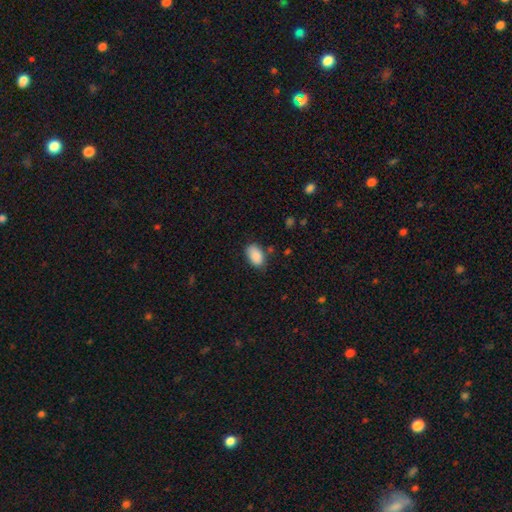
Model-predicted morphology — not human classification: Overall: smooth (89%). How rounded: in between (92%). Merging: none (76%).